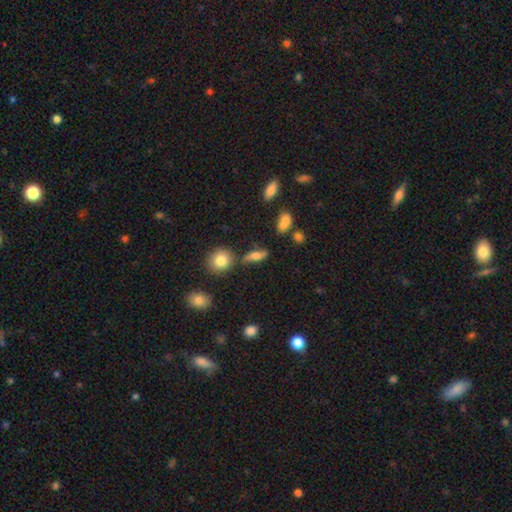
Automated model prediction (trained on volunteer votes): smooth-or-featured: smooth: 54% | featured or disk: 35% | star or artifact: 12%
  how-rounded: in between: 57% | cigar-shaped: 31% | round: 12%
  merging: none: 69% | minor disturbance: 18% | merger: 7% | major disturbance: 6%